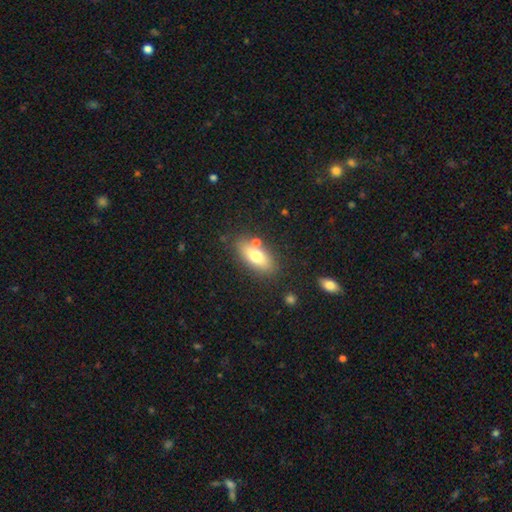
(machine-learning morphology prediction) smooth-or-featured: smooth: 69% | featured or disk: 23% | star or artifact: 8%
  how-rounded: in between: 82% | cigar-shaped: 13% | round: 5%
  merging: none: 76% | minor disturbance: 12% | merger: 8% | major disturbance: 4%